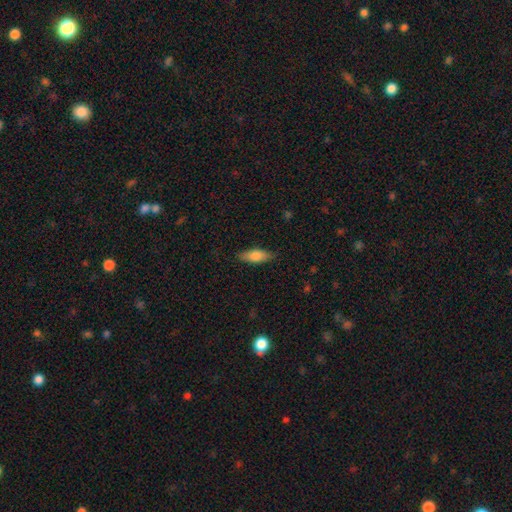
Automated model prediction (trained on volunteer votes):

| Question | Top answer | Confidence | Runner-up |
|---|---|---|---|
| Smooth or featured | smooth | 78% | featured or disk (16%) |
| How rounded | in between | 71% | cigar-shaped (27%) |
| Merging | none | 85% | minor disturbance (12%) |